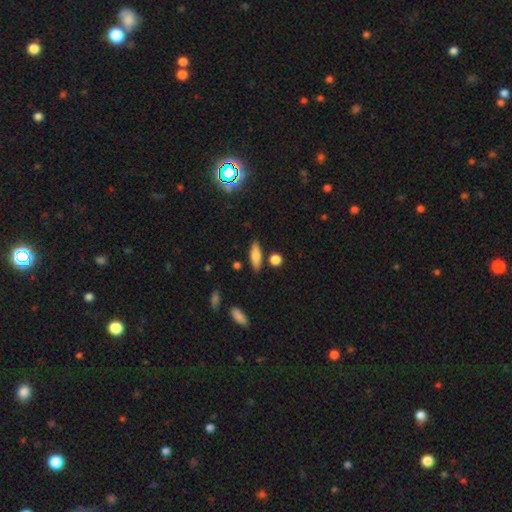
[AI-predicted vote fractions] A smooth galaxy with no disk features (75%) that is cigar-shaped (49%). Merging: none (80%).